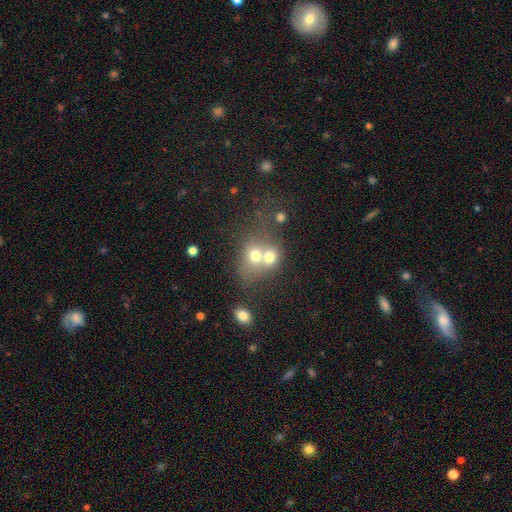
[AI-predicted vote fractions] This is likely a smooth galaxy (66%). How rounded: likely round (62%). Merging: likely merger (65%).